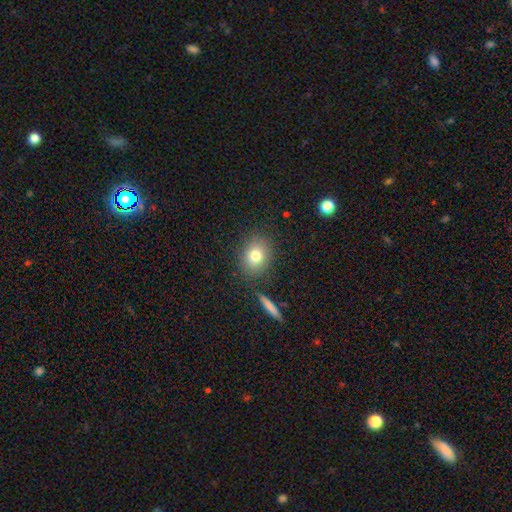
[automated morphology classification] type=smooth (78%); roundness=round (54%); merging=none (82%).